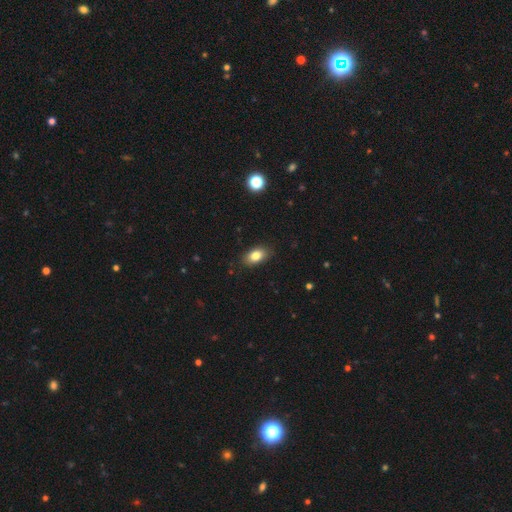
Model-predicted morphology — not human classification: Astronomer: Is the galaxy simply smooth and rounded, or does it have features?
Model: smooth — 83%.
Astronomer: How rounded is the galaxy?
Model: in between — 89%.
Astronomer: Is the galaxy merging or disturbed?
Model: none — 86%.